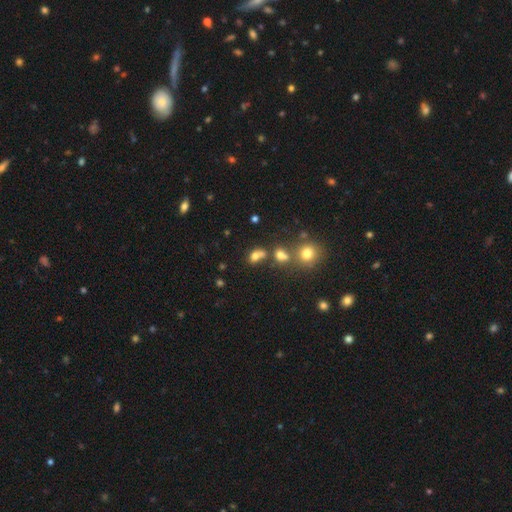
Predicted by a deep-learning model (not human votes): Smooth or featured?
  - smooth: 71% *
  - star or artifact: 17%
  - featured or disk: 12%
How rounded?
  - in between: 63% *
  - round: 35%
  - cigar-shaped: 2%
Merging?
  - none: 41% *
  - merger: 39%
  - minor disturbance: 12%
  - major disturbance: 7%